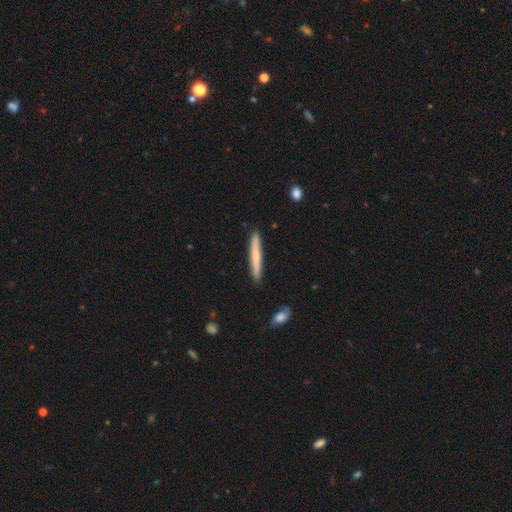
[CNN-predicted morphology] This is likely a smooth galaxy (67%). How rounded: clearly cigar-shaped (96%). Merging: clearly none (90%).